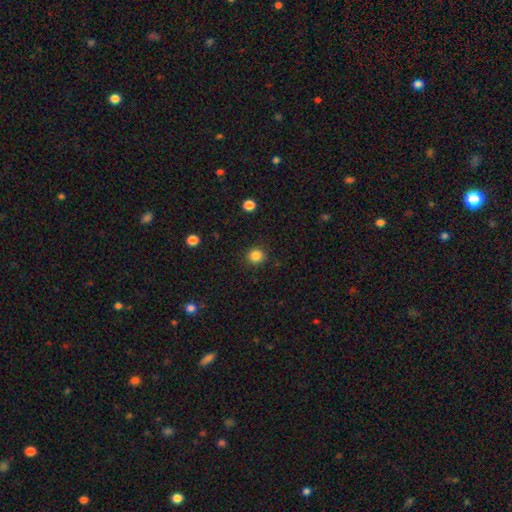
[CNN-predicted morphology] Smooth or featured?
  - smooth: 85% *
  - star or artifact: 11%
  - featured or disk: 4%
How rounded?
  - round: 89% *
  - in between: 10%
  - cigar-shaped: 1%
Merging?
  - none: 90% *
  - minor disturbance: 7%
  - major disturbance: 2%
  - merger: 1%